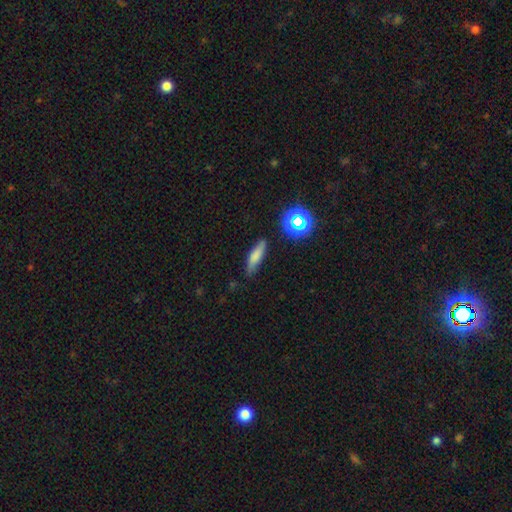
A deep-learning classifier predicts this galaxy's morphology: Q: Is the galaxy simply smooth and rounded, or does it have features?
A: smooth — 73%.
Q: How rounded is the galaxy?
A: cigar-shaped — 63%.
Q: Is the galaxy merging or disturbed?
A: none — 78%.